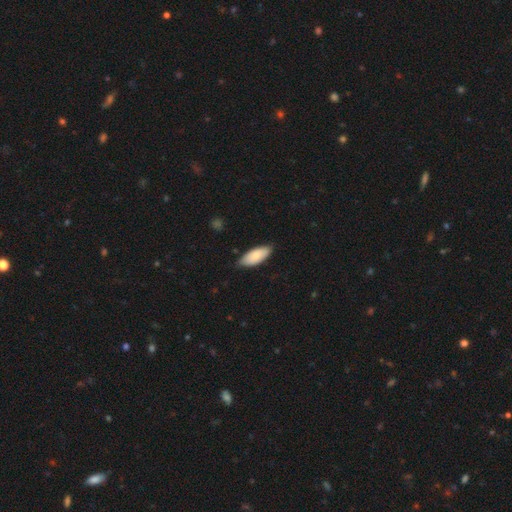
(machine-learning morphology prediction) Smooth or featured? smooth (82%)
How rounded? in between (86%)
Merging? none (77%)